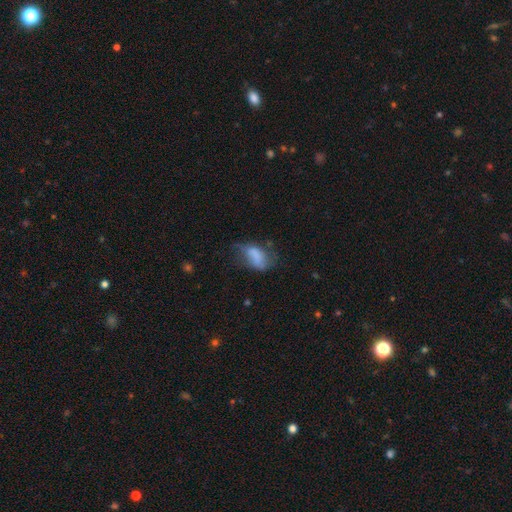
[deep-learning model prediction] Smooth or featured?
  - smooth: 64% *
  - featured or disk: 26%
  - star or artifact: 10%
How rounded?
  - in between: 89% *
  - round: 7%
  - cigar-shaped: 3%
Merging?
  - major disturbance: 33% * (tied)
  - minor disturbance: 33% * (tied)
  - none: 29%
  - merger: 5%